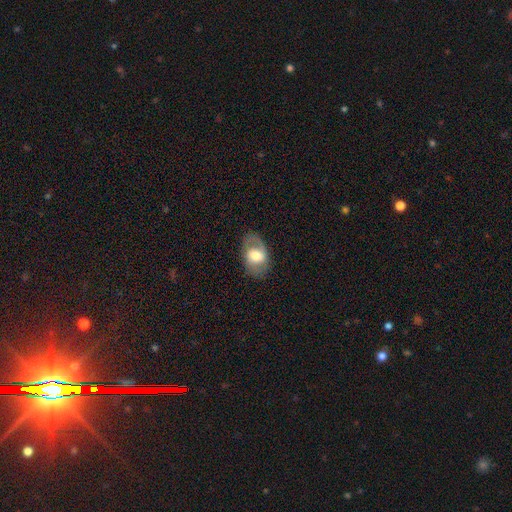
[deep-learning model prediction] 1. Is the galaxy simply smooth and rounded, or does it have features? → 53% featured or disk, 40% smooth, 7% star or artifact.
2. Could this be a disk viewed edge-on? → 93% no, 7% yes.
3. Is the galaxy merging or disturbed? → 77% none, 15% minor disturbance, 8% major disturbance, 1% merger.